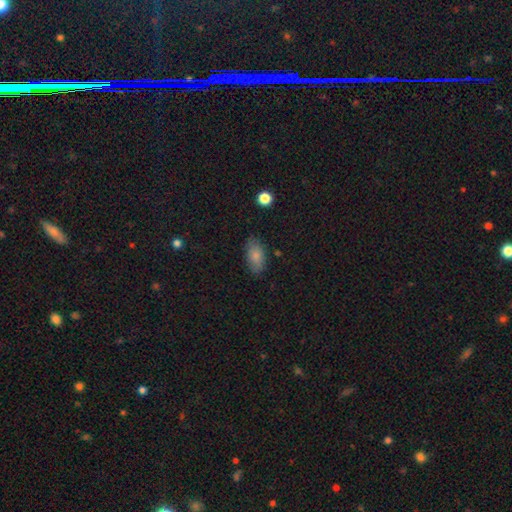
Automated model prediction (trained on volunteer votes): This is clearly a smooth galaxy (82%). How rounded: clearly in between (91%). Merging: clearly none (80%).